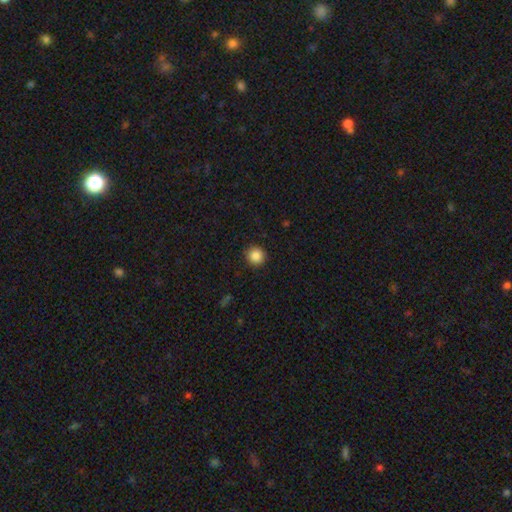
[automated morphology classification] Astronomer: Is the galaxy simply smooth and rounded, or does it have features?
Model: smooth — 87%.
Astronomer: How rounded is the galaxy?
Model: round — 94%.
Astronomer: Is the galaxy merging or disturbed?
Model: none — 91%.